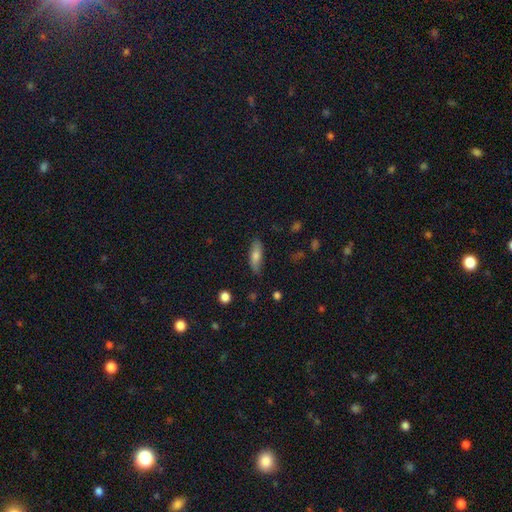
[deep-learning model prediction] smooth_or_featured: smooth (p=0.69) [alt: featured or disk p=0.23]
how_rounded: in between (p=0.51) [alt: cigar-shaped p=0.46]
merging: none (p=0.83) [alt: minor disturbance p=0.14]